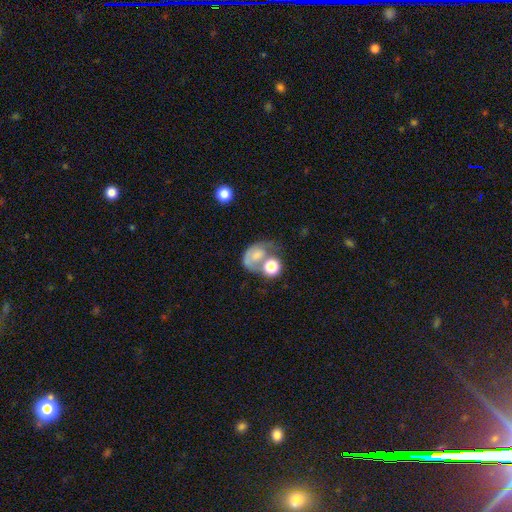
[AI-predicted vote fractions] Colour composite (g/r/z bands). It shows a smooth galaxy with no disk features (54%) that is in between round and cigar-shaped (56%). Merging: merger (38%).